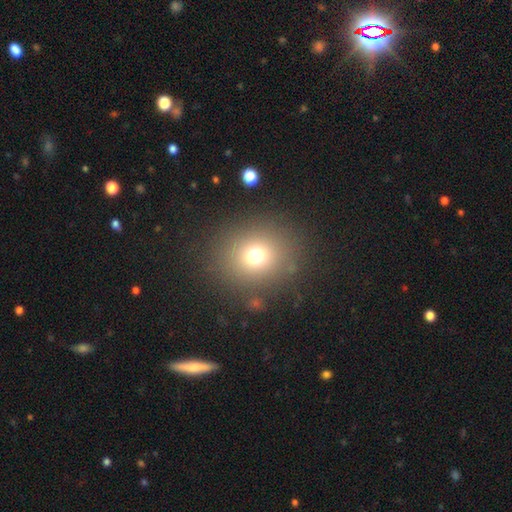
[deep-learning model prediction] Q: Smooth or featured?
A: smooth (71%); runner-up: star or artifact (19%)
Q: How rounded?
A: round (81%); runner-up: in between (18%)
Q: Merging?
A: none (84%); runner-up: minor disturbance (8%)